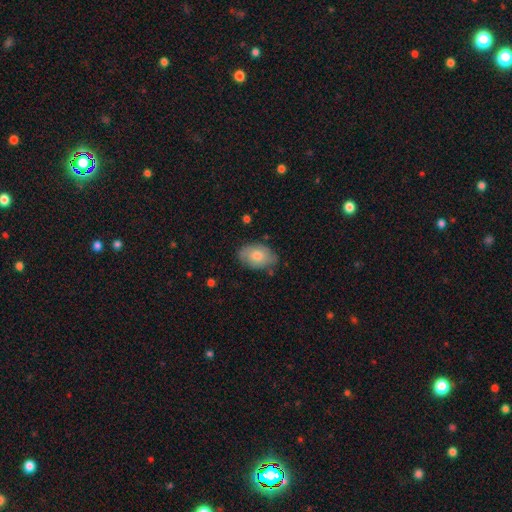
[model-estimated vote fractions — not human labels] The model was most divided on "smooth or featured": smooth: 71%, featured or disk: 22%, star or artifact: 7%. More confident: how rounded — in between (88%); merging — none (76%).